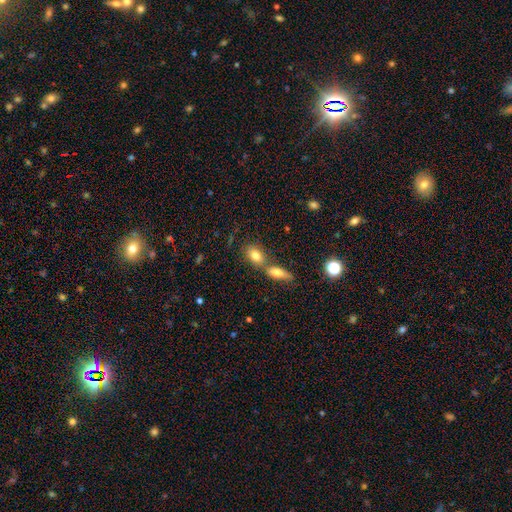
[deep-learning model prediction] Smooth or featured? smooth (79%)
How rounded? in between (81%)
Merging? none (48%)